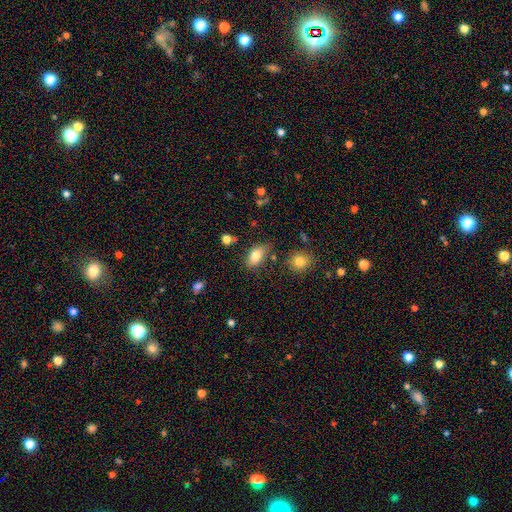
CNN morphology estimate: This appears to be a smooth galaxy with no disk features (81%) that is in between round and cigar-shaped (89%). Merging: none (73%).